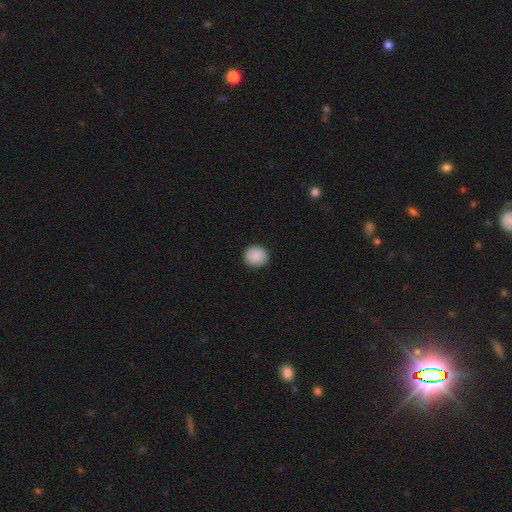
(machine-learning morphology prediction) This is clearly a smooth galaxy (89%). How rounded: clearly round (82%). Merging: clearly none (91%).